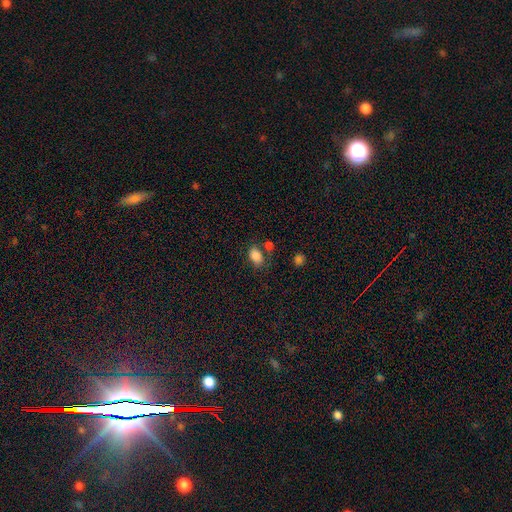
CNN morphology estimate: smooth 84%, star or artifact 9%, featured or disk 6%. Down the decision tree: how rounded — in between (84%); merging — none (61%).